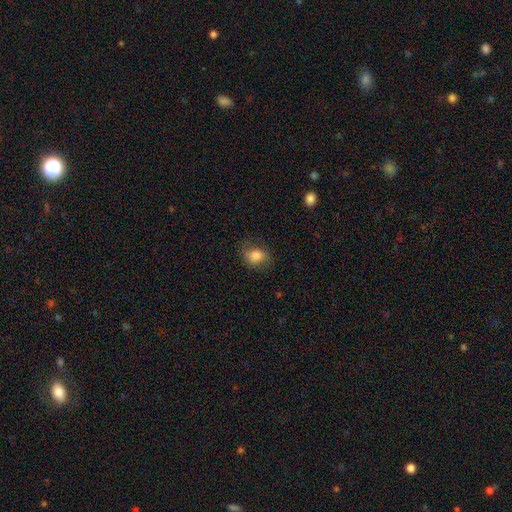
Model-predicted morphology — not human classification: Overall: smooth (79%). How rounded: in between (64%; round 35%). Merging: none (72%).